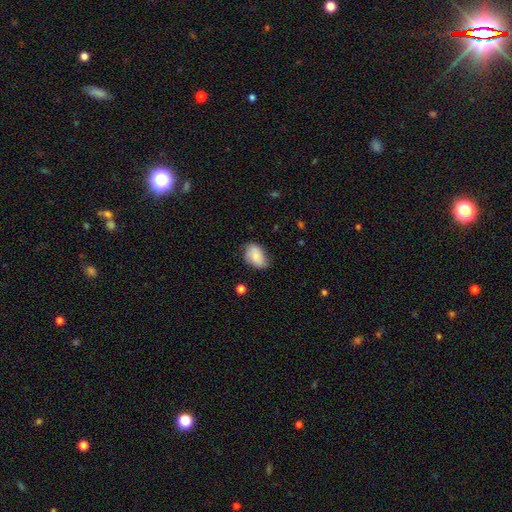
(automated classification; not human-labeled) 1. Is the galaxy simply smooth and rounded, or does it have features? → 74% smooth, 18% featured or disk, 7% star or artifact.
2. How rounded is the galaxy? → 86% in between, 13% round, 1% cigar-shaped.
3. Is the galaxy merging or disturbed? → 65% none, 28% minor disturbance, 5% major disturbance, 2% merger.